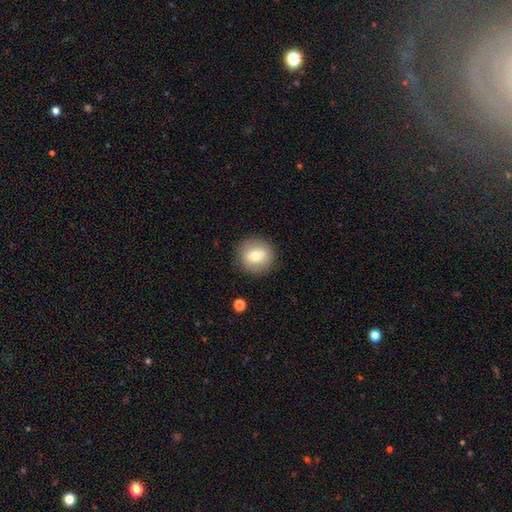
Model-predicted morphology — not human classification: smooth_or_featured: smooth (p=0.70) [alt: featured or disk p=0.21]
how_rounded: round (p=0.89) [alt: in between p=0.10]
merging: none (p=0.87) [alt: minor disturbance p=0.08]